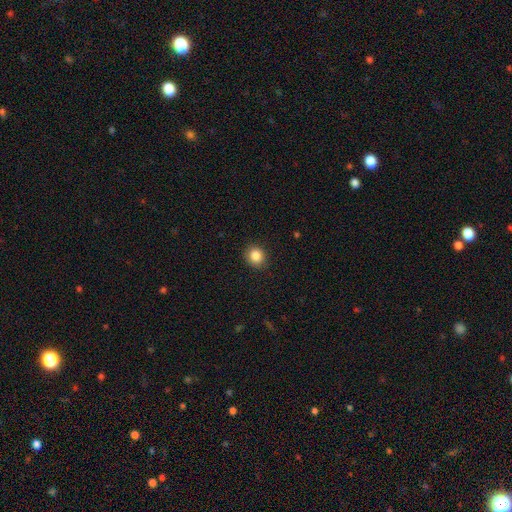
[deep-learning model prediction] A smooth galaxy with no disk features (86%) that is round (80%).

Vote fractions:
- Smooth or featured? smooth: 86% / star or artifact: 10% / featured or disk: 4%
- How rounded? round: 80% / in between: 19% / cigar-shaped: 1%
- Merging? none: 89% / minor disturbance: 7% / major disturbance: 2% / merger: 1%